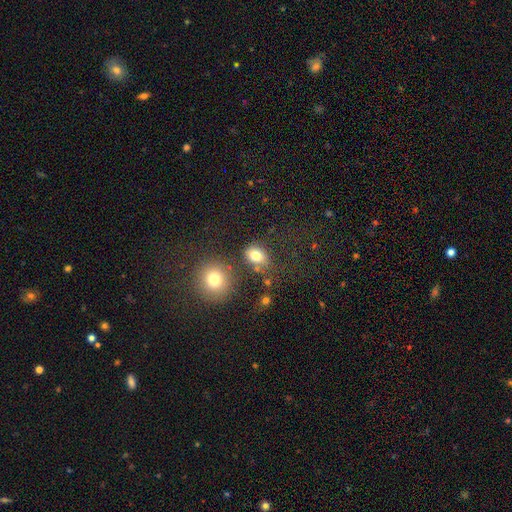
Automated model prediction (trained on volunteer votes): Morphology: type=smooth (79%); roundness=in between (62%); merging=none (65%).